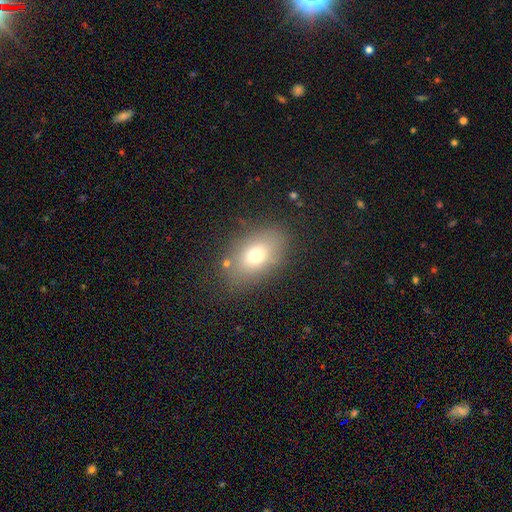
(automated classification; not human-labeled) This is likely a smooth galaxy (70%). How rounded: clearly in between (81%). Merging: likely none (78%).